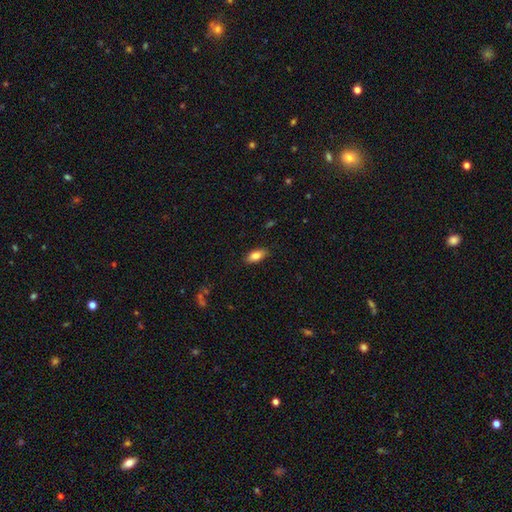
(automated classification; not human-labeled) smooth 83%, featured or disk 9%, star or artifact 7%. Down the decision tree: how rounded — in between (86%); merging — none (87%).